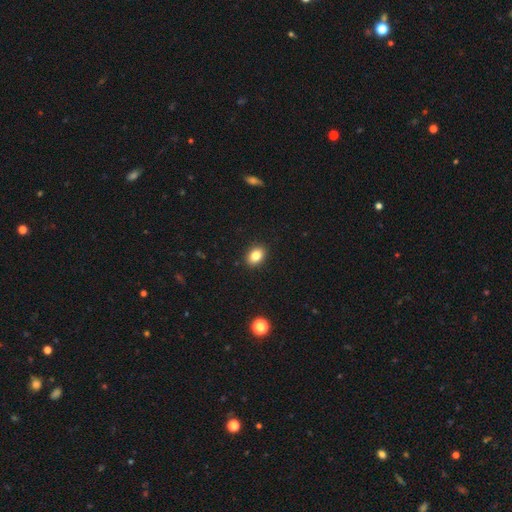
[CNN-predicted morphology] Smooth or featured?
  - smooth: 83% *
  - star or artifact: 10%
  - featured or disk: 7%
How rounded?
  - in between: 70% *
  - round: 28%
  - cigar-shaped: 1%
Merging?
  - none: 90% *
  - minor disturbance: 7%
  - major disturbance: 2%
  - merger: 1%